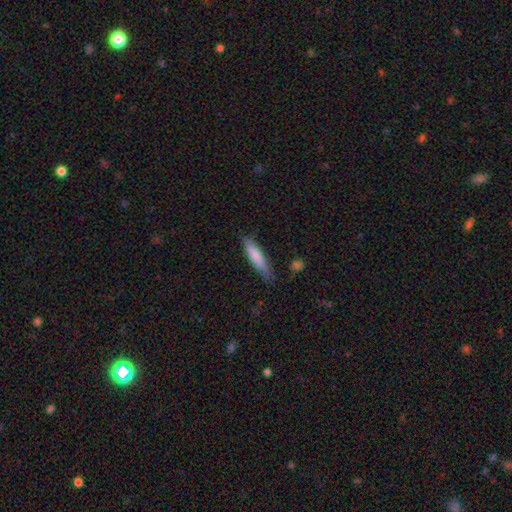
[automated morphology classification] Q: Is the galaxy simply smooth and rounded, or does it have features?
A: smooth — 79%.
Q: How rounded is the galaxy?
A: cigar-shaped — 78%.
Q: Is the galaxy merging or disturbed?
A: none — 77%.